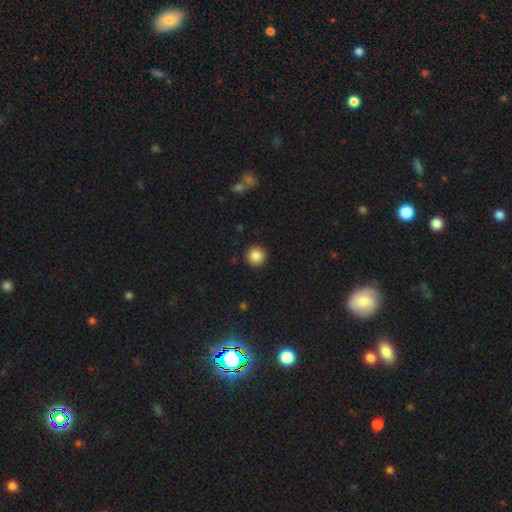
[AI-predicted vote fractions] A smooth galaxy with no disk features (86%) that is round (96%). Merging: none (93%).